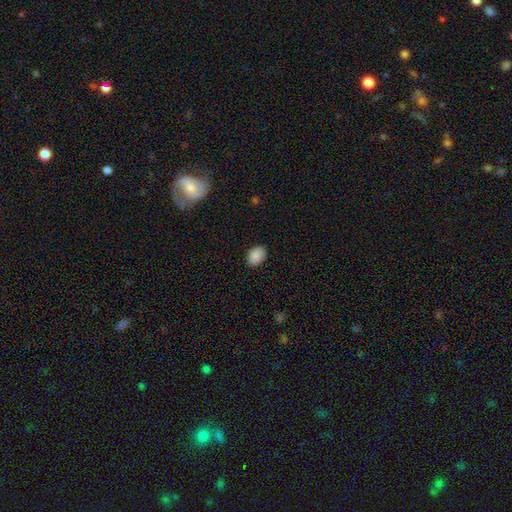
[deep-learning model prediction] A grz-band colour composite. It shows a smooth galaxy with no disk features (89%) that is in between round and cigar-shaped (79%). Merging: none (88%).